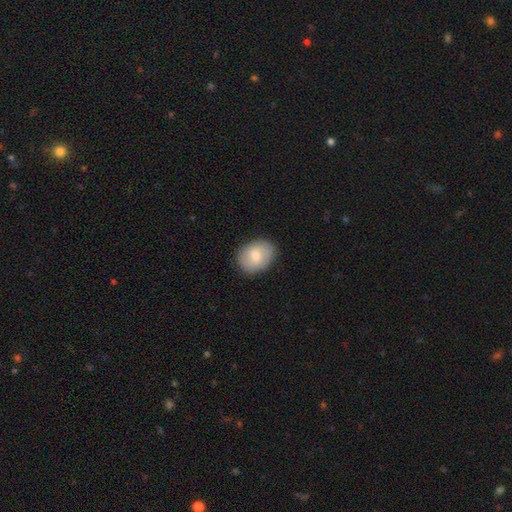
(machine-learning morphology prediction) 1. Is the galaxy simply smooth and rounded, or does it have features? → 66% smooth, 27% featured or disk, 6% star or artifact.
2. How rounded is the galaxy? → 62% in between, 37% round, 1% cigar-shaped.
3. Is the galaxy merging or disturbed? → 85% none, 11% minor disturbance, 3% major disturbance, 1% merger.